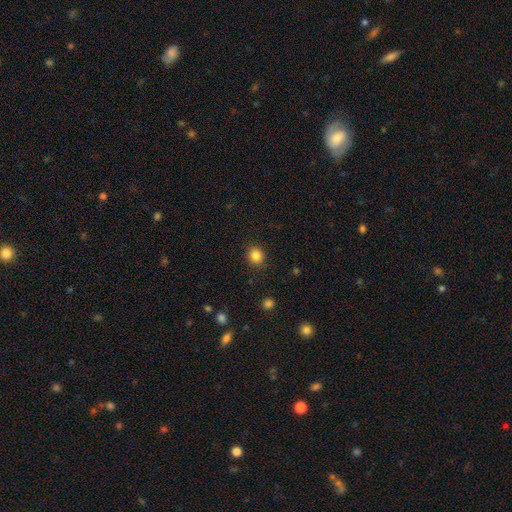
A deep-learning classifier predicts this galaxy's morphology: smooth-or-featured: smooth: 85% | star or artifact: 11% | featured or disk: 4%
  how-rounded: round: 80% | in between: 19% | cigar-shaped: 1%
  merging: none: 88% | minor disturbance: 8% | major disturbance: 3% | merger: 1%